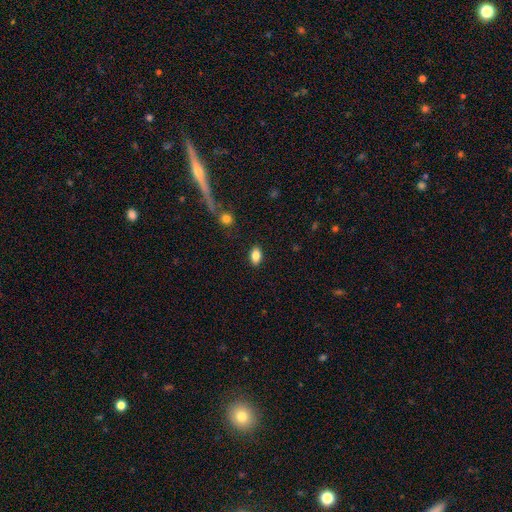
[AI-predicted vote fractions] Smooth or featured: smooth — 84% (star or artifact — 8%)
How rounded: in between — 88% (round — 9%)
Merging: none — 88% (minor disturbance — 8%)